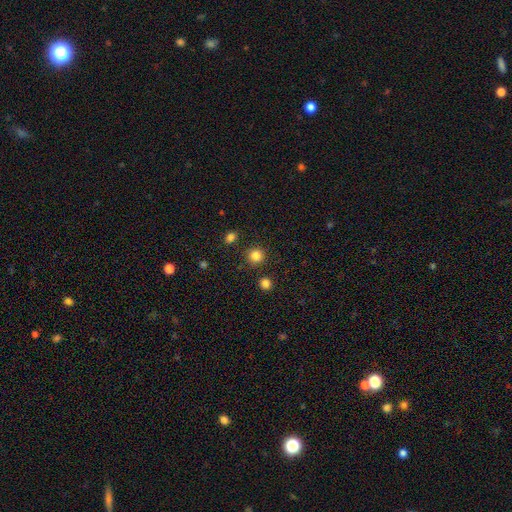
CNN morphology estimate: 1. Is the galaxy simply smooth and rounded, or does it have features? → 83% smooth, 13% star or artifact, 4% featured or disk.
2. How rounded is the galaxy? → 93% round, 6% in between, 1% cigar-shaped.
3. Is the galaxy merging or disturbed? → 87% none, 7% minor disturbance, 4% merger, 2% major disturbance.